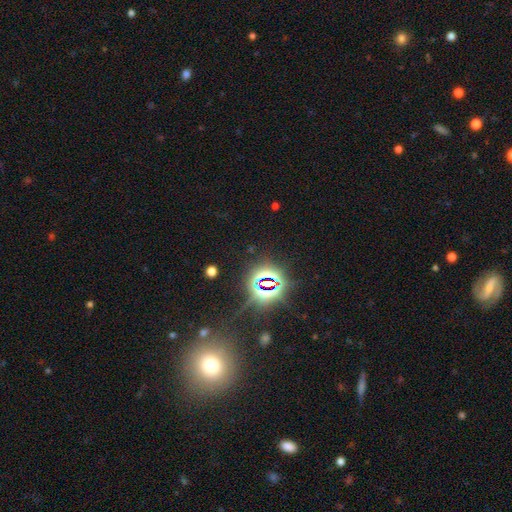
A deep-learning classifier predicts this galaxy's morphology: Smooth or featured: star or artifact — 81% (smooth — 12%)